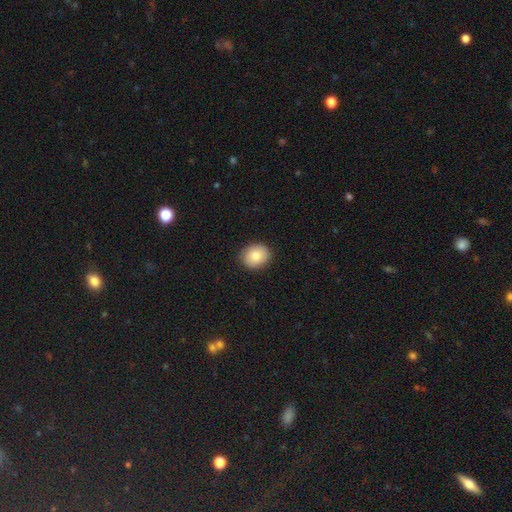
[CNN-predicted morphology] smooth_or_featured: smooth (p=0.82) [alt: featured or disk p=0.10]
how_rounded: round (p=0.68) [alt: in between p=0.32]
merging: none (p=0.90) [alt: minor disturbance p=0.08]